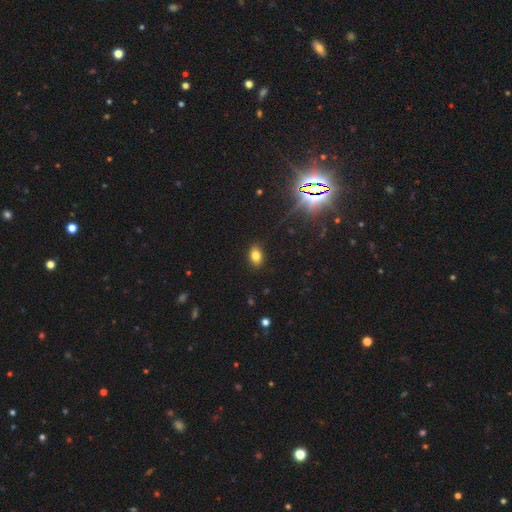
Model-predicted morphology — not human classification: This is likely a smooth galaxy (79%). How rounded: clearly in between (82%). Merging: clearly none (87%).